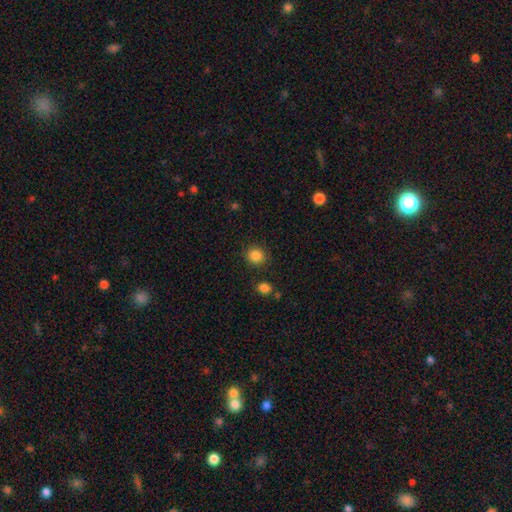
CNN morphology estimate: type=smooth (86%); roundness=round (83%); merging=none (88%).